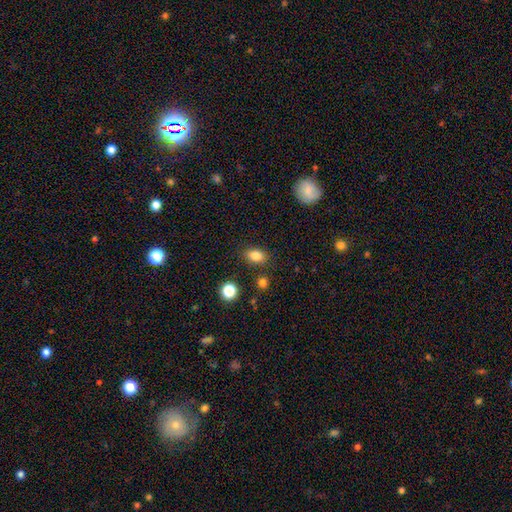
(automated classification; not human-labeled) smooth 83%, star or artifact 11%, featured or disk 6%. Down the decision tree: how rounded — in between (76%); merging — none (82%).